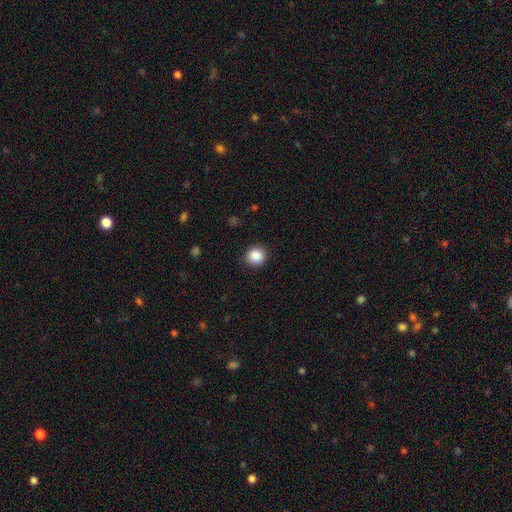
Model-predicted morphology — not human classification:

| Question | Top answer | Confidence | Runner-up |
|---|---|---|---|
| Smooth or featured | smooth | 87% | star or artifact (9%) |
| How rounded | round | 86% | in between (13%) |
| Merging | none | 90% | minor disturbance (7%) |